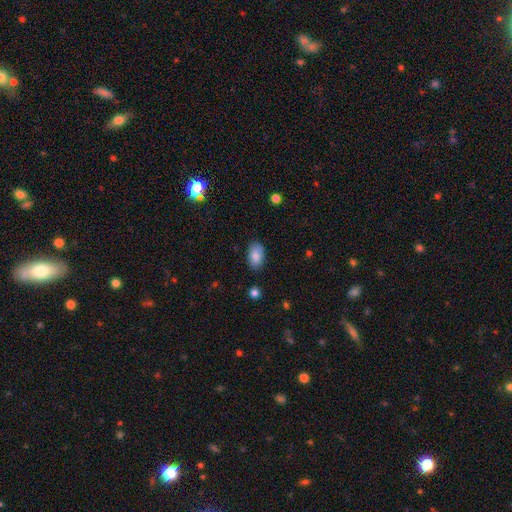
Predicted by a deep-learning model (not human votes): smooth 85%, featured or disk 8%, star or artifact 7%. Down the decision tree: how rounded — in between (92%); merging — none (82%).